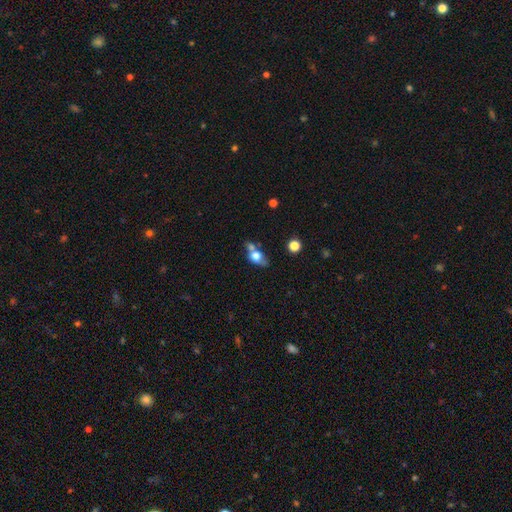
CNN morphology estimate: Smooth or featured? smooth (65%)
How rounded? in between (57%)
Merging? merger (37%, tied with none)